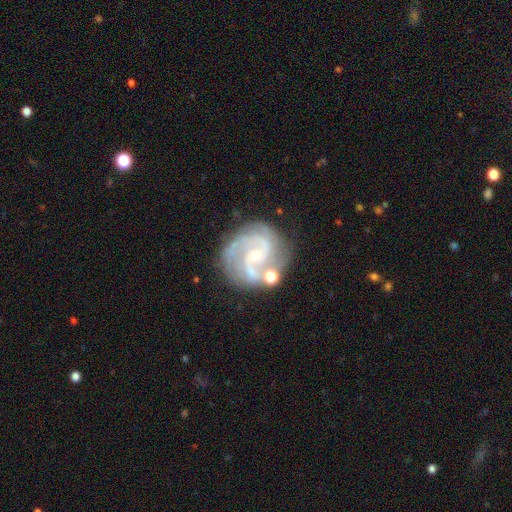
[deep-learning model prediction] Smooth or featured?
  - featured or disk: 86% *
  - smooth: 7%
  - star or artifact: 7%
Edge-on disk?
  - no: 98% *
  - yes: 2%
Bar?
  - no: 52% *
  - weak: 39%
  - strong: 9%
Spiral arms?
  - yes: 97% *
  - no: 3%
Spiral winding?
  - medium: 53% *
  - tight: 32%
  - loose: 15%
Spiral arm count?
  - 2: 61% *
  - 3: 20%
  - can't tell: 9%
  - 4: 4%
  - 1: 3%
  - more than 4: 3%
Bulge size?
  - small: 70% *
  - moderate: 26%
  - none: 3%
  - large: 1%
  - dominant: 1%
Merging?
  - none: 65% *
  - minor disturbance: 17%
  - merger: 9%
  - major disturbance: 9%